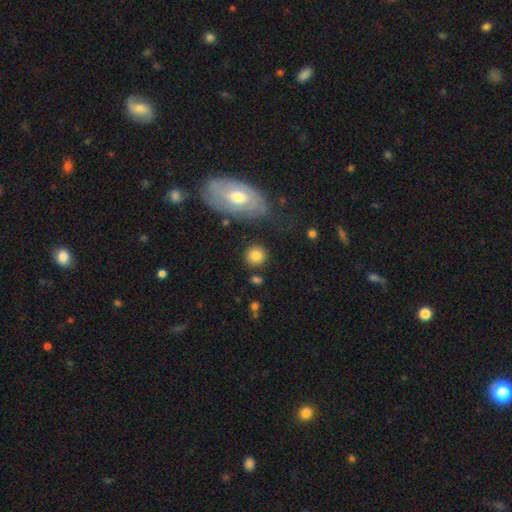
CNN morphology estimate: Smooth or featured? Predicted: smooth (p=0.80). How rounded? Predicted: round (p=0.87). Merging? Predicted: none (p=0.82).